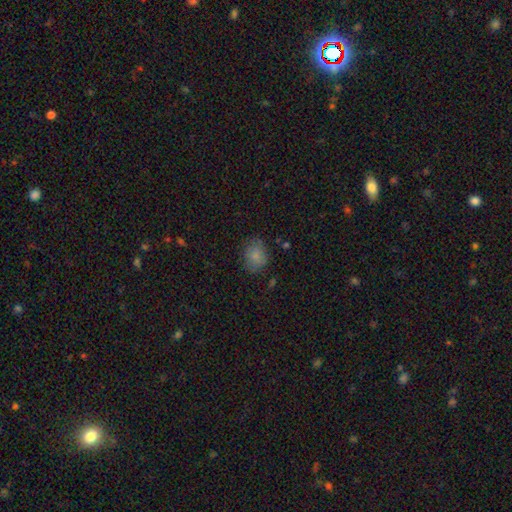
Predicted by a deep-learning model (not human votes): smooth 82%, star or artifact 10%, featured or disk 8%. Down the decision tree: how rounded — round (57%); merging — none (74%).